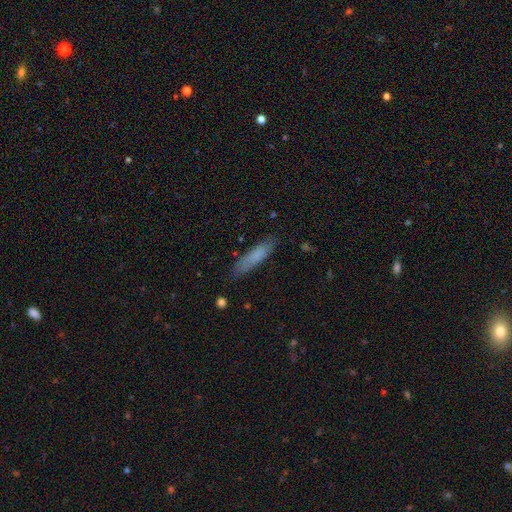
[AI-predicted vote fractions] A smooth galaxy with no disk features (78%) that is cigar-shaped (84%). Merging: none (83%).